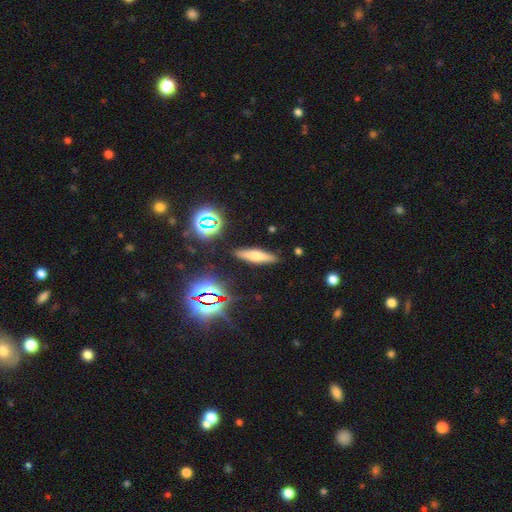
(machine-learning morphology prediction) Overall: smooth (58%; featured or disk 27%). How rounded: cigar-shaped (73%). Merging: none (88%).